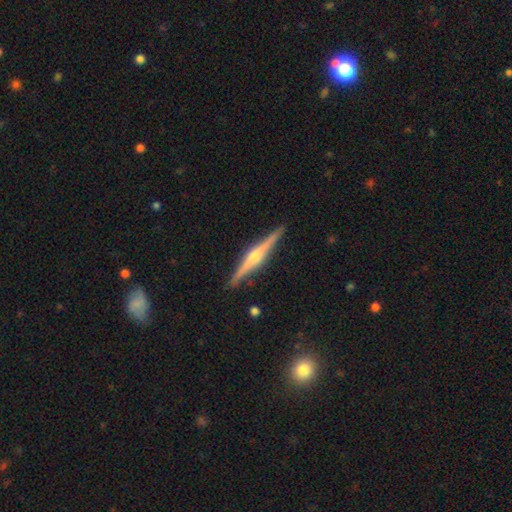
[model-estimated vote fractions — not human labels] This appears to be a featured or disk galaxy (83%) viewed edge-on (98%) with a rounded central bulge (86%). Merging: none (91%).